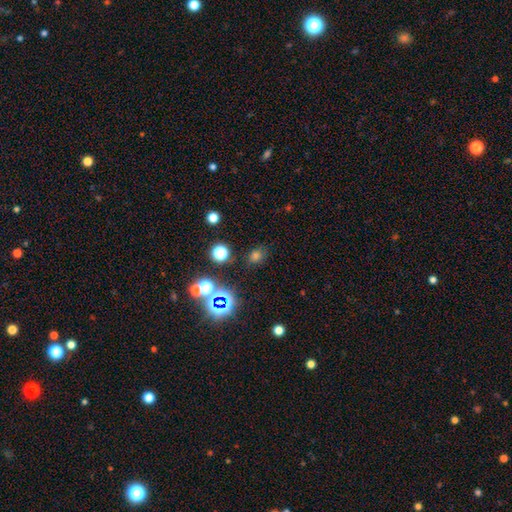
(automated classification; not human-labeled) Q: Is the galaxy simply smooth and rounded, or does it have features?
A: smooth — 58%.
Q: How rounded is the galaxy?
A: round — 61%.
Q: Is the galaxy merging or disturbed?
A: none — 79%.